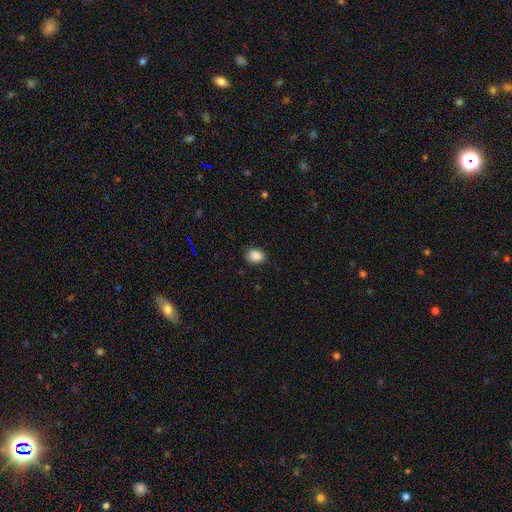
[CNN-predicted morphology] Smooth or featured? Predicted: smooth (p=0.88). How rounded? Predicted: in between (p=0.68). Merging? Predicted: none (p=0.83).